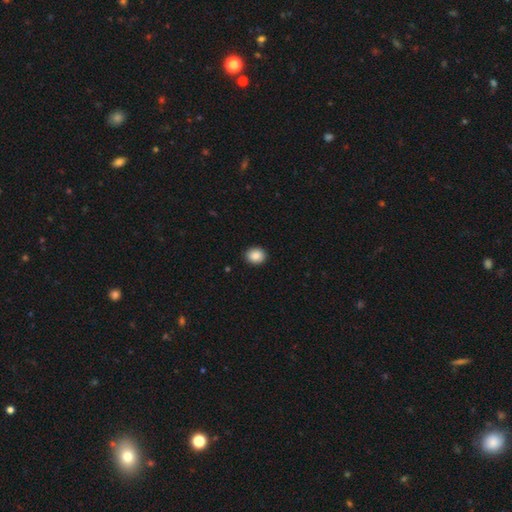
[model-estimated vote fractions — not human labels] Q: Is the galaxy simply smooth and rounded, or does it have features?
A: smooth — 88%.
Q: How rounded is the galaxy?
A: round — 67%.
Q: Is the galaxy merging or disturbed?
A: none — 90%.